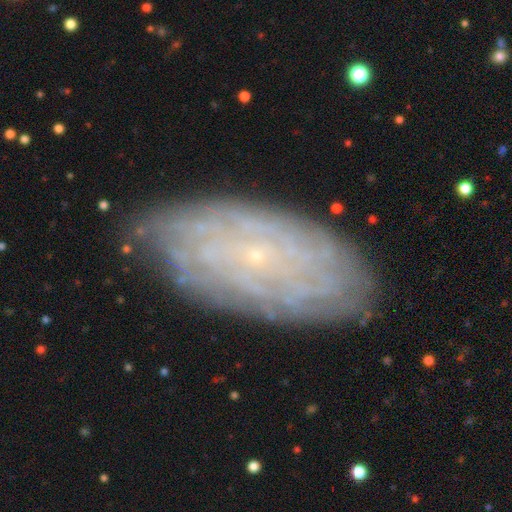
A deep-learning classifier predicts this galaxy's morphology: A featured or disk galaxy (71%) with no bar (77%), tight (82%) spiral arms (87%) and a small central bulge (91%).

Vote fractions:
- Smooth or featured? featured or disk: 71% / smooth: 18% / star or artifact: 10%
- Edge-on disk? no: 89% / yes: 11%
- Bar? no: 77% / weak: 18% / strong: 6%
- Spiral arms? yes: 87% / no: 13%
- Spiral winding? tight: 82% / medium: 13% / loose: 5%
- Spiral arm count? can't tell: 54% / more than 4: 16% / 4: 9% / 2: 8% / 3: 7% / 1: 6%
- Bulge size? small: 91% / moderate: 5% / none: 2% / large: 1% / dominant: 1%
- Merging? none: 83% / minor disturbance: 12% / major disturbance: 3% / merger: 1%